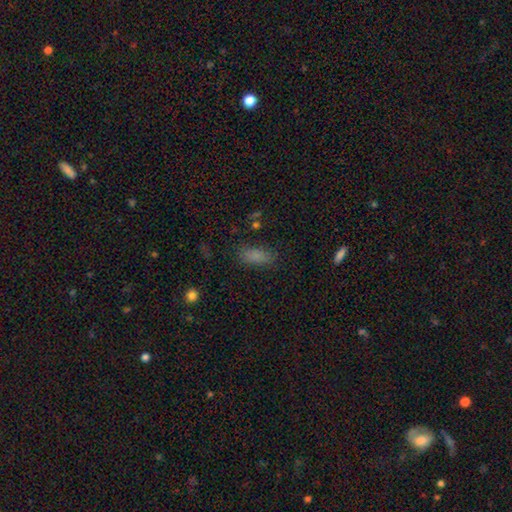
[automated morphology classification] A smooth galaxy with no disk features (82%) that is in between round and cigar-shaped (81%). Merging: none (80%).